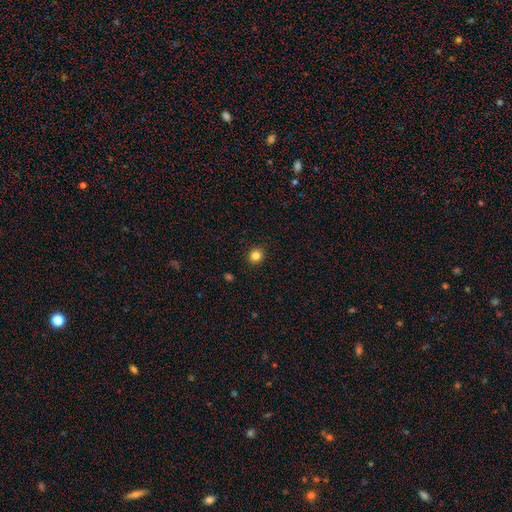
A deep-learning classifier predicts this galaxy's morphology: This is clearly a smooth galaxy (83%). How rounded: clearly round (90%). Merging: clearly none (92%).